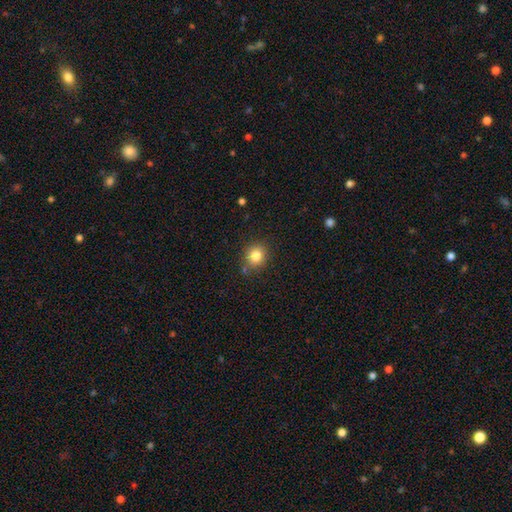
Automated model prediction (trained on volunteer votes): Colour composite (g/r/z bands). It shows a smooth galaxy with no disk features (82%) that is round (79%). Merging: none (80%).